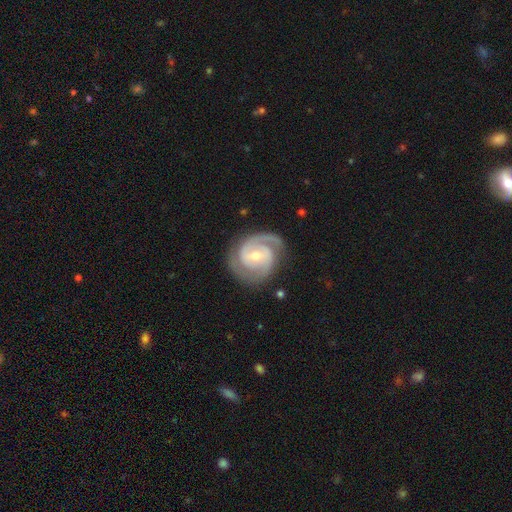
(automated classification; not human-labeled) smooth-or-featured: featured or disk: 91% | smooth: 5% | star or artifact: 4%
  disk-edge-on: no: 98% | yes: 2%
    bar: weak: 50% | no: 29% | strong: 21%
    has-spiral-arms: yes: 98% | no: 2%
      spiral-winding: tight: 61% | medium: 35% | loose: 4%
      spiral-arm-count: 2: 82% | 3: 9% | can't tell: 4% | 1: 2% | 4: 2% | more than 4: 2%
    bulge-size: moderate: 51% | small: 45% | large: 2% | none: 1% | dominant: 1%
  merging: none: 80% | minor disturbance: 14% | major disturbance: 5% | merger: 1%